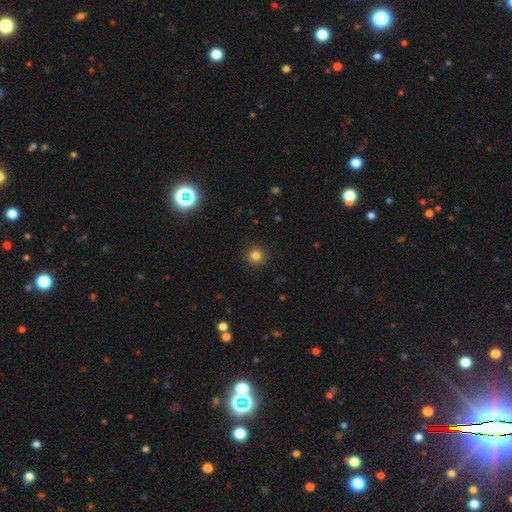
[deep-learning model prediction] A smooth galaxy with no disk features (82%) that is round (94%).

Vote fractions:
- Smooth or featured? smooth: 82% / star or artifact: 13% / featured or disk: 5%
- How rounded? round: 94% / in between: 5% / cigar-shaped: 1%
- Merging? none: 92% / minor disturbance: 5% / major disturbance: 2% / merger: 1%